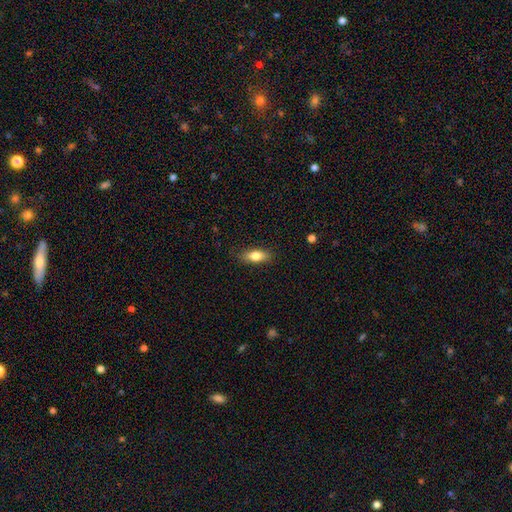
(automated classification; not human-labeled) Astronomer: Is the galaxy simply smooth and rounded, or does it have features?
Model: smooth — 78%.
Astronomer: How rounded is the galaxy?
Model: in between — 74%.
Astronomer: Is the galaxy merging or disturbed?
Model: none — 85%.